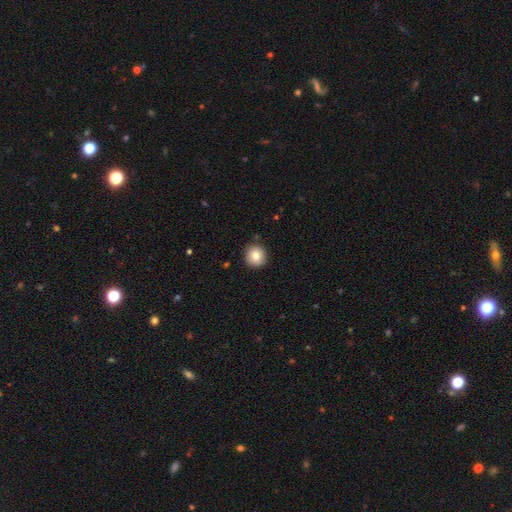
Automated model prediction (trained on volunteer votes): Smooth or featured? smooth (81%)
How rounded? round (94%)
Merging? none (90%)